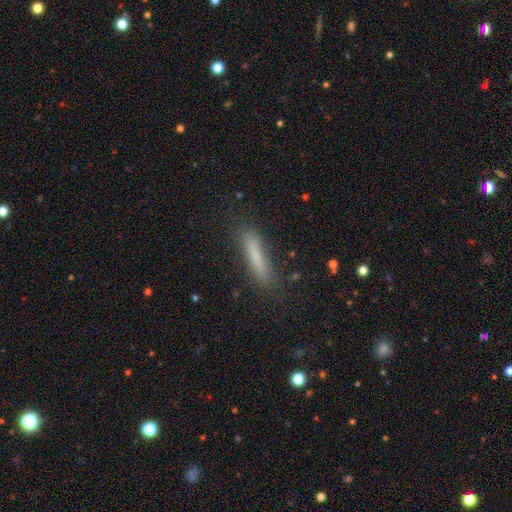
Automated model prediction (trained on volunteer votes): smooth 74%, featured or disk 17%, star or artifact 9%. Down the decision tree: how rounded — cigar-shaped (89%); merging — none (84%).